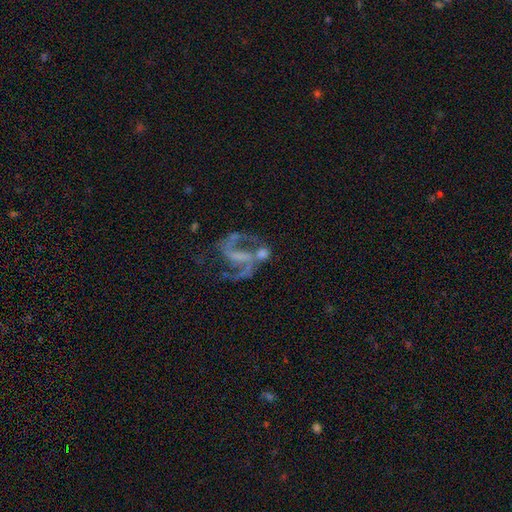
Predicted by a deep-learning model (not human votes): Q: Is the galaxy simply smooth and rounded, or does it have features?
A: featured or disk — 86%.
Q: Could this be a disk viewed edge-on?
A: no — 98%.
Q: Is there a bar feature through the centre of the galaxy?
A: weak — 38%, tied with strong.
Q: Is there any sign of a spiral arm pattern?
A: yes — 94%.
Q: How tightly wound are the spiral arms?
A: loose — 48%.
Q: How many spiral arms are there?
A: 2 — 90%.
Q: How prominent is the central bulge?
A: none — 59%.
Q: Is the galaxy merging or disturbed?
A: none — 48%.